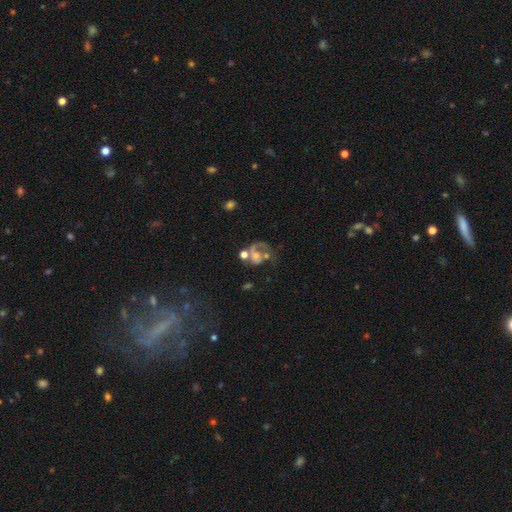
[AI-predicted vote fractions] Overall: featured or disk (62%; smooth 26%). Edge-on disk: no (98%). Bar: no (78%). Spiral arms: yes (66%; no 34%). Bulge size: moderate (36%; small 34%). Merging: major disturbance (36%; merger 27%).